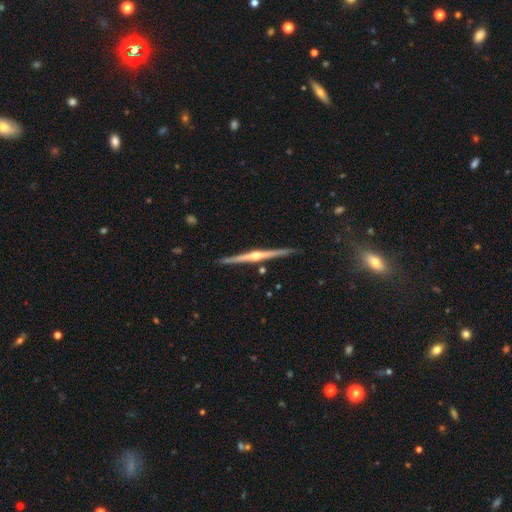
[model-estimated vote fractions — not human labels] This appears to be a featured or disk galaxy (85%) viewed edge-on (99%) with a rounded central bulge (91%). Merging: none (90%).